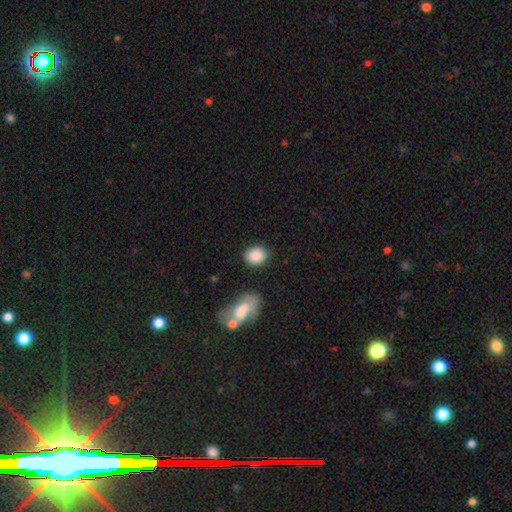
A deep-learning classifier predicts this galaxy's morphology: Smooth or featured: smooth — 88% (star or artifact — 7%)
How rounded: round — 54% (in between — 45%)
Merging: none — 82% (minor disturbance — 11%)